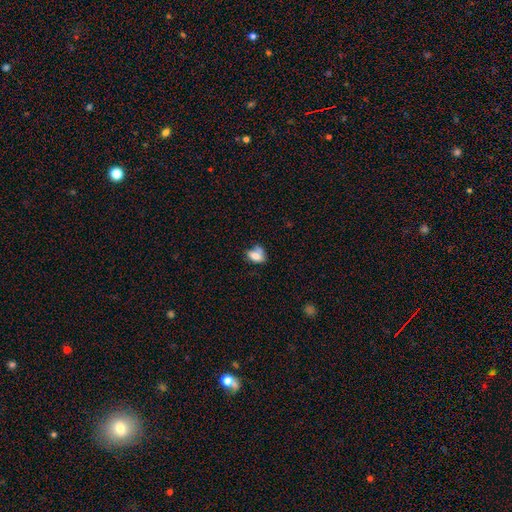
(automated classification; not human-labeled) smooth 71%, featured or disk 18%, star or artifact 11%. Down the decision tree: how rounded — in between (79%); merging — none (37%).